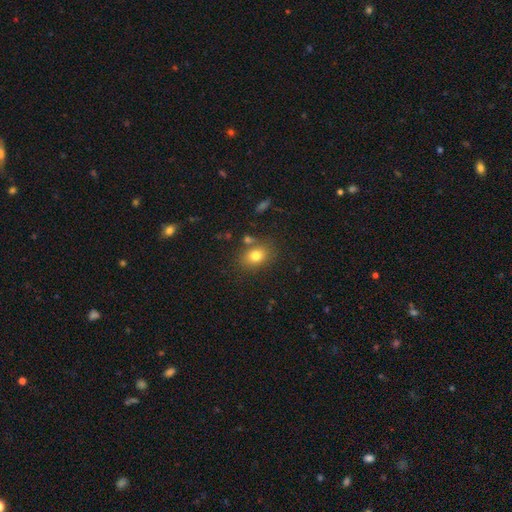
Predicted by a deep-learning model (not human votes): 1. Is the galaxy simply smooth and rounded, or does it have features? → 78% smooth, 11% star or artifact, 11% featured or disk.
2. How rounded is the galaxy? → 64% in between, 35% round, 1% cigar-shaped.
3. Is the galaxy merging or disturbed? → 74% none, 13% minor disturbance, 9% merger, 4% major disturbance.